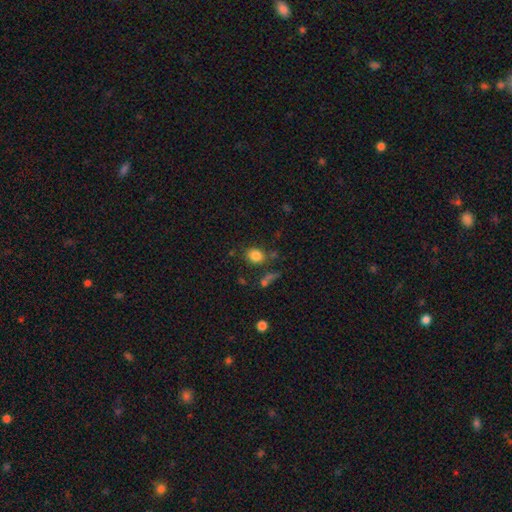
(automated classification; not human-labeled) smooth 83%, star or artifact 11%, featured or disk 6%. Down the decision tree: how rounded — round (53%); merging — none (75%).